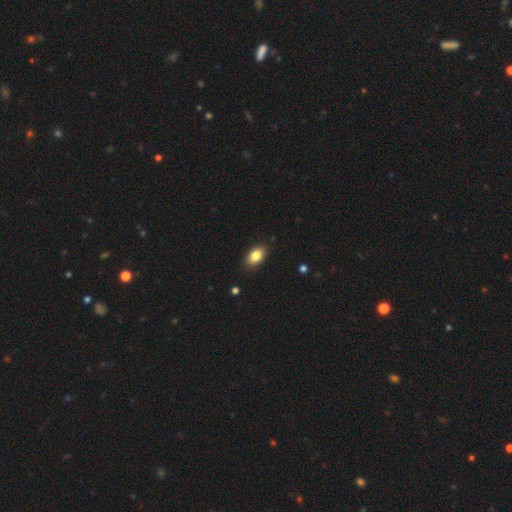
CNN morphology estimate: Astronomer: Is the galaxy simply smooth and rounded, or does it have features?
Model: smooth — 84%.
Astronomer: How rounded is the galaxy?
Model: in between — 88%.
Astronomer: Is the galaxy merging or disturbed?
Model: none — 86%.